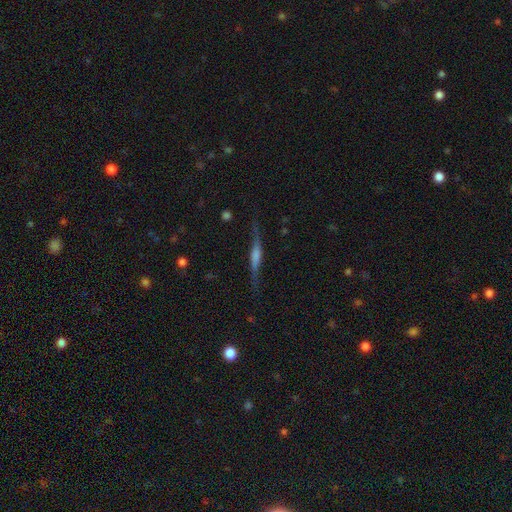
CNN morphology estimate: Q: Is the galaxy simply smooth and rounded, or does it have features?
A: featured or disk — 76%.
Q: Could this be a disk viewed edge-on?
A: yes — 95%.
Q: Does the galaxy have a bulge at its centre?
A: rounded — 60%.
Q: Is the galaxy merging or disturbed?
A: none — 81%.